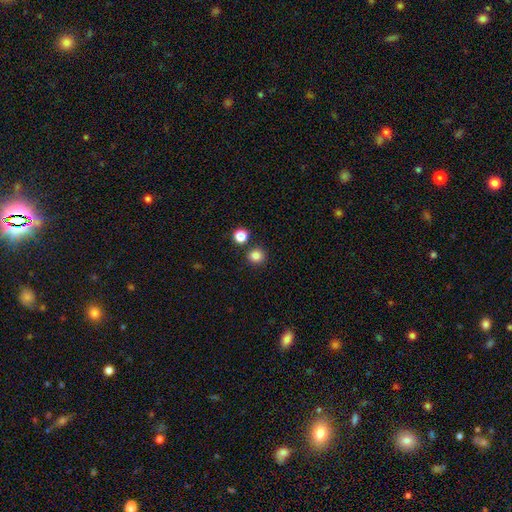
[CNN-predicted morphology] smooth-or-featured: smooth: 84% | star or artifact: 12% | featured or disk: 4%
  how-rounded: round: 90% | in between: 9% | cigar-shaped: 1%
  merging: none: 84% | merger: 7% | minor disturbance: 7% | major disturbance: 2%